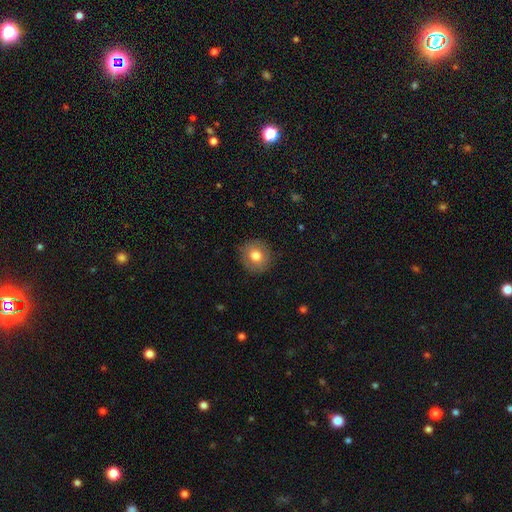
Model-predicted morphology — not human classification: Smooth or featured: smooth — 76% (featured or disk — 16%)
How rounded: round — 89% (in between — 10%)
Merging: none — 88% (minor disturbance — 9%)